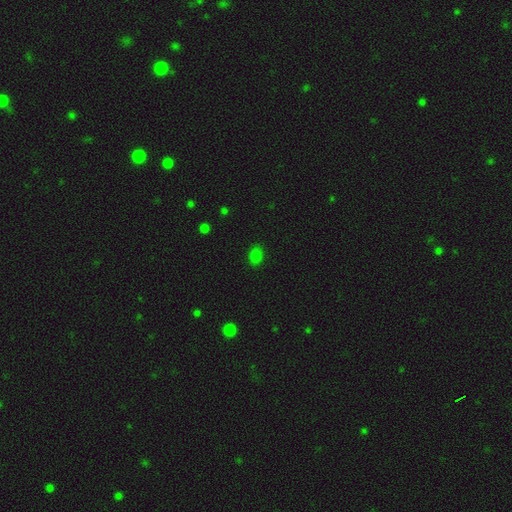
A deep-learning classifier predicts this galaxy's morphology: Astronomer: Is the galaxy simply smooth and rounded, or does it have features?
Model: smooth — 80%.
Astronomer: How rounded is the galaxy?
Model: in between — 68%.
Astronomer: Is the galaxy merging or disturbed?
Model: none — 86%.